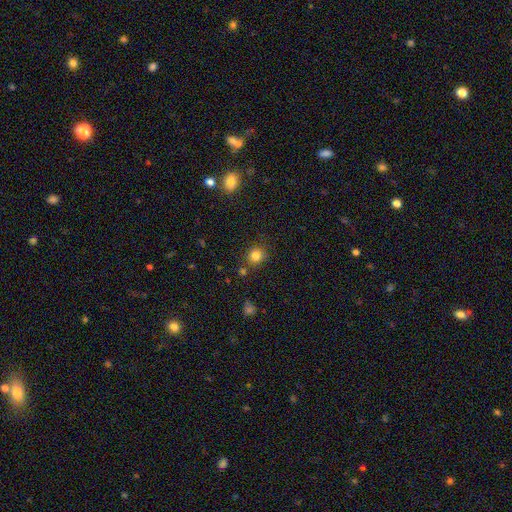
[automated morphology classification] smooth 82%, star or artifact 13%, featured or disk 5%. Down the decision tree: how rounded — round (87%); merging — none (80%).